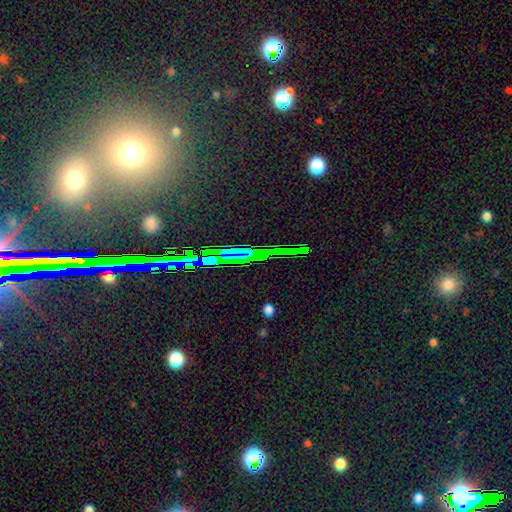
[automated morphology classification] smooth_or_featured: star or artifact (p=0.69) [alt: smooth p=0.16]